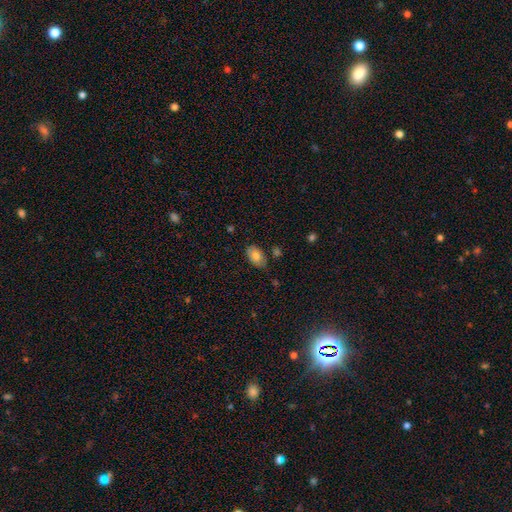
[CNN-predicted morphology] Smooth or featured: smooth — 80% (featured or disk — 13%)
How rounded: in between — 92% (round — 7%)
Merging: none — 75% (minor disturbance — 19%)